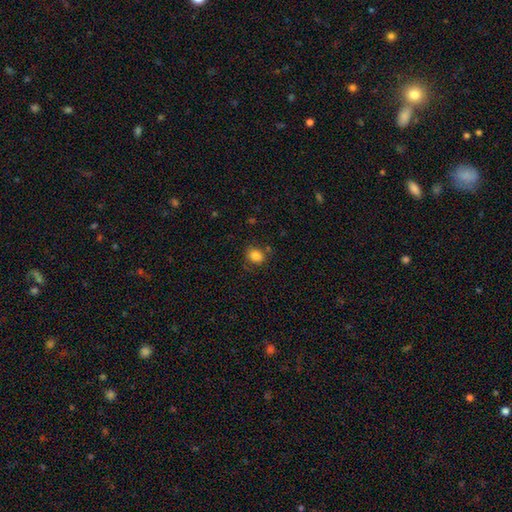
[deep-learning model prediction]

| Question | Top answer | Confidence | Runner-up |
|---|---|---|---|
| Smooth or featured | smooth | 83% | star or artifact (10%) |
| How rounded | round | 56% | in between (43%) |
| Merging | none | 73% | minor disturbance (17%) |